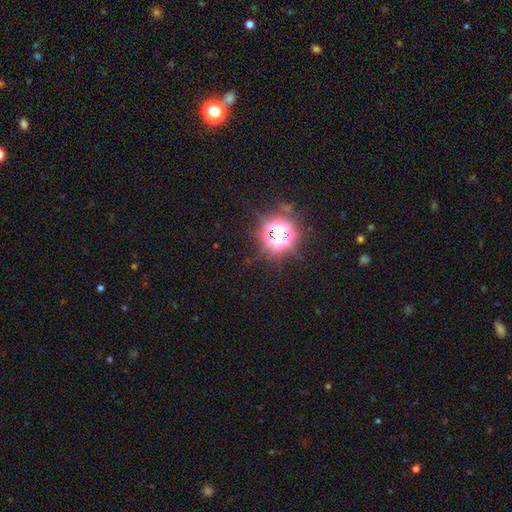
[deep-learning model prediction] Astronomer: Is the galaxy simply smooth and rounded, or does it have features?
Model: star or artifact — 82%.